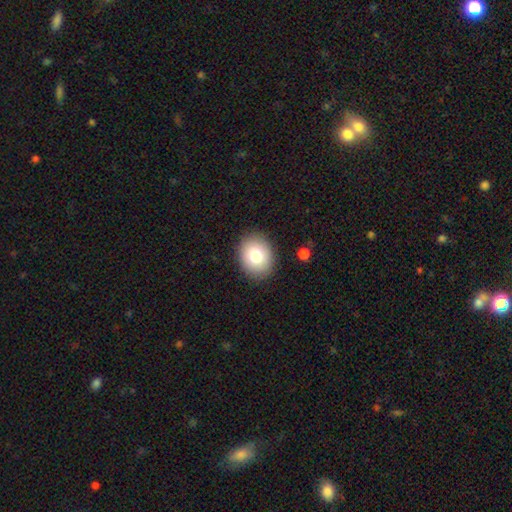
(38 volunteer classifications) This appears to be a smooth galaxy with no disk features (71%) that is round (59%). Merging: none (80%).